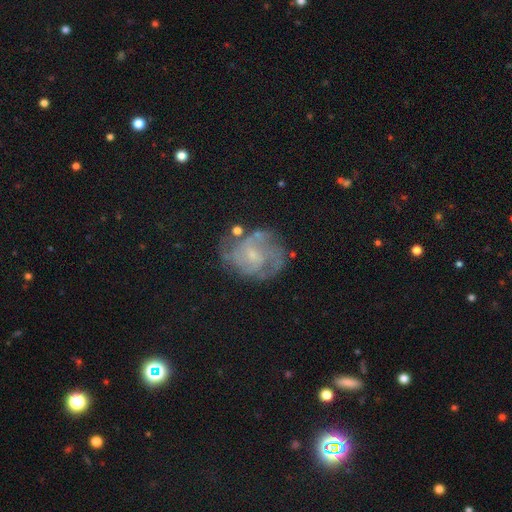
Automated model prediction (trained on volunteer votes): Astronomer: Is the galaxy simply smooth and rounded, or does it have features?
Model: featured or disk — 71%.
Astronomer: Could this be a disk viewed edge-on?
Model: no — 97%.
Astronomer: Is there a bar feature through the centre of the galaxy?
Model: no — 59% (runner-up: weak, 35%).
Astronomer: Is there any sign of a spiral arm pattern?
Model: yes — 82%.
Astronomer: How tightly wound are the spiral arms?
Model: tight — 48% (runner-up: medium, 39%).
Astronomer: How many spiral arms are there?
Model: can't tell — 42% (runner-up: 2, 23%).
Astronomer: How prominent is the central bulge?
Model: small — 62%.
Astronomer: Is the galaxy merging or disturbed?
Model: none — 68%.